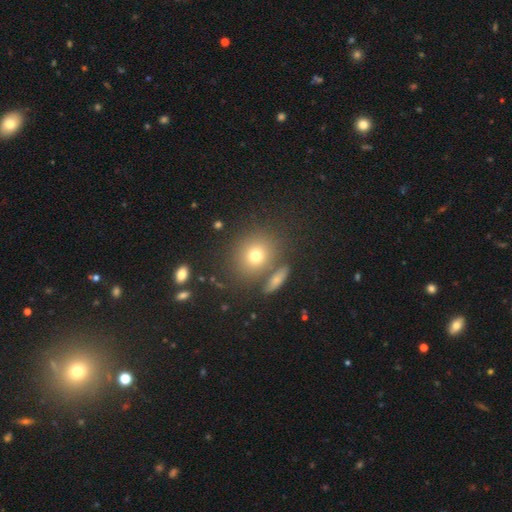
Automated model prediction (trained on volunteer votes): The model was most divided on "how rounded": round: 78%, in between: 21%, cigar-shaped: 1%. More confident: merging — none (76%); smooth or featured — smooth (73%).